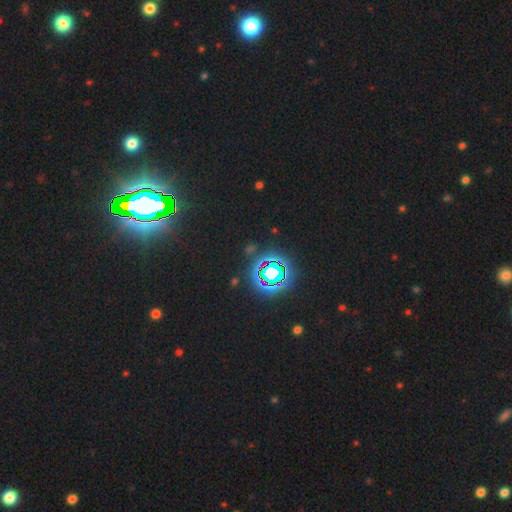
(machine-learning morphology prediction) Q: Smooth or featured?
A: star or artifact (83%); runner-up: smooth (10%)